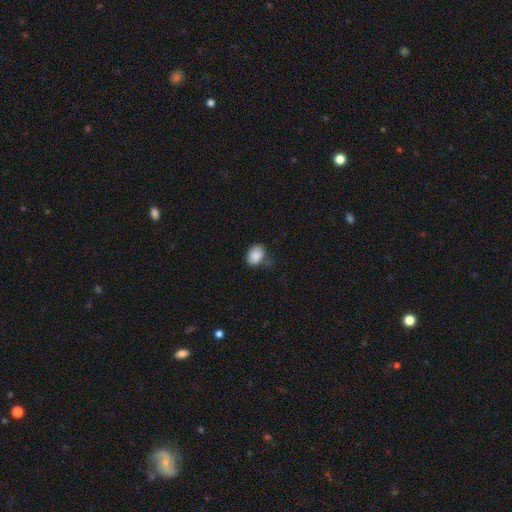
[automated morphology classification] This appears to be a smooth galaxy with no disk features (87%) that is in between round and cigar-shaped (76%). Merging: none (58%).